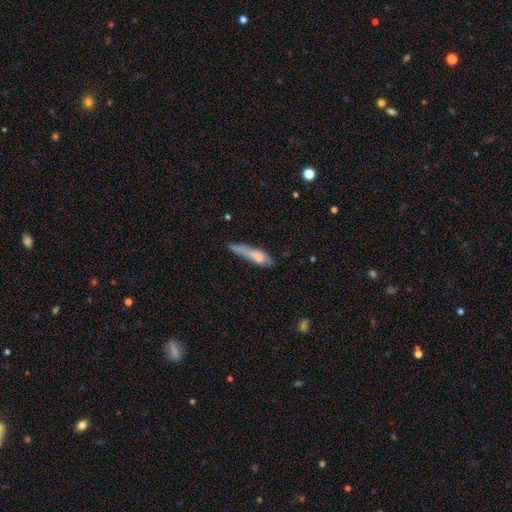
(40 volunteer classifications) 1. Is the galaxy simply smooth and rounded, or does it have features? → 65% smooth, 30% featured or disk, 5% star or artifact.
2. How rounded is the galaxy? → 77% cigar-shaped, 19% in between, 4% round.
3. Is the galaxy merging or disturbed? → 42% minor disturbance, 26% major disturbance, 24% none, 8% merger.